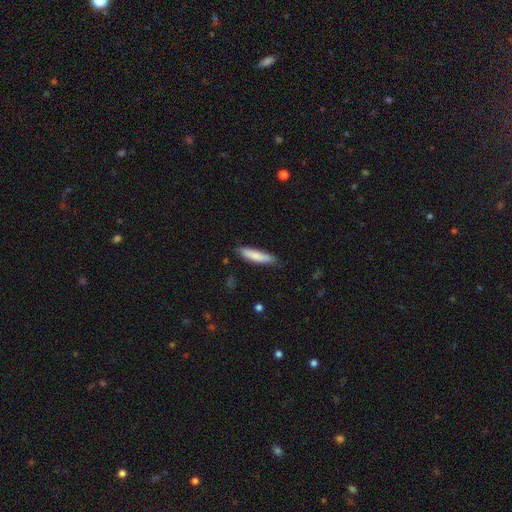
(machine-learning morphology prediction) smooth 81%, featured or disk 13%, star or artifact 6%. Down the decision tree: how rounded — cigar-shaped (79%); merging — none (81%).